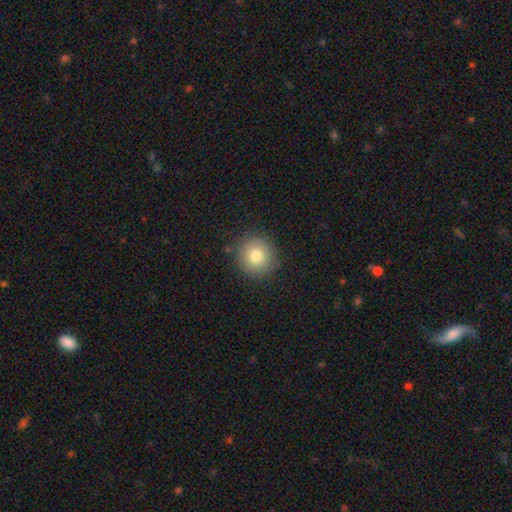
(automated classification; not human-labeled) A smooth galaxy with no disk features (78%) that is round (92%).

Vote fractions:
- Smooth or featured? smooth: 78% / star or artifact: 11% / featured or disk: 10%
- How rounded? round: 92% / in between: 7% / cigar-shaped: 1%
- Merging? none: 87% / minor disturbance: 9% / major disturbance: 3% / merger: 1%